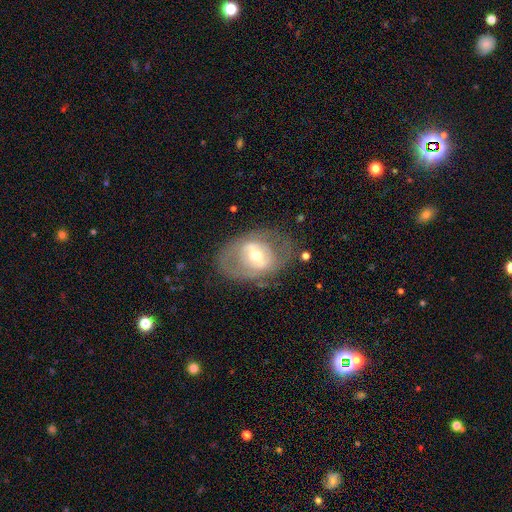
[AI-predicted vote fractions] The model was most divided on "bar": weak: 40%, no: 33%, strong: 28%. More confident: edge-on disk — no (93%); merging — none (66%); smooth or featured — featured or disk (65%); bulge size — moderate (63%); spiral arms — no (59%).